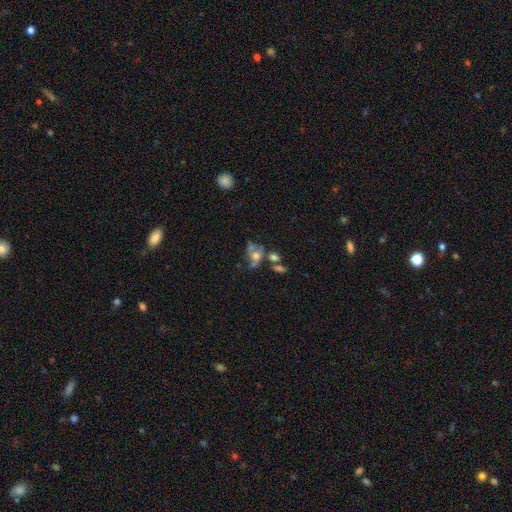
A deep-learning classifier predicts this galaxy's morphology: This appears to be a smooth galaxy with no disk features (46%). Merging: merger (37%).